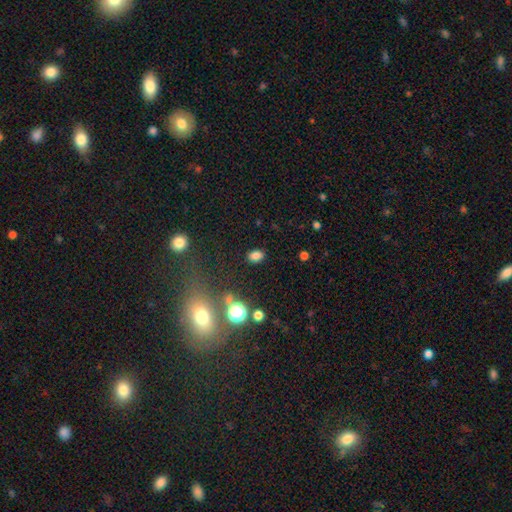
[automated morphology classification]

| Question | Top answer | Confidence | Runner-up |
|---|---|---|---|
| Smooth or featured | smooth | 78% | star or artifact (16%) |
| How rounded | in between | 76% | round (23%) |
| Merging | none | 85% | minor disturbance (9%) |